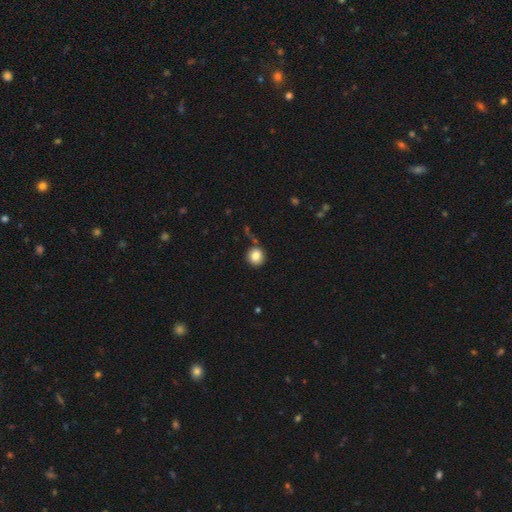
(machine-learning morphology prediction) smooth_or_featured: smooth (p=0.83) [alt: star or artifact p=0.10]
how_rounded: round (p=0.90) [alt: in between p=0.09]
merging: none (p=0.76) [alt: minor disturbance p=0.13]